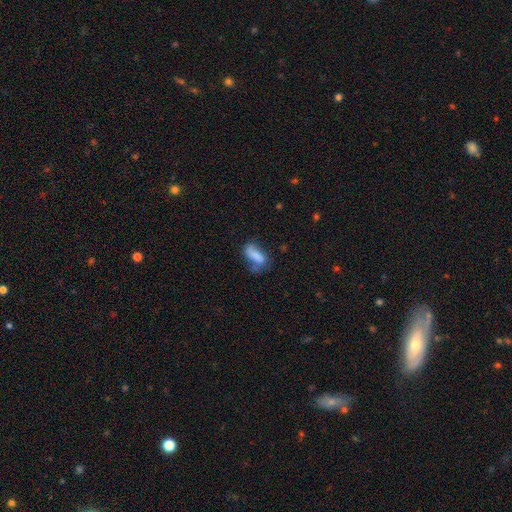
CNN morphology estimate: Smooth or featured? smooth (76%)
How rounded? in between (79%)
Merging? none (43%)